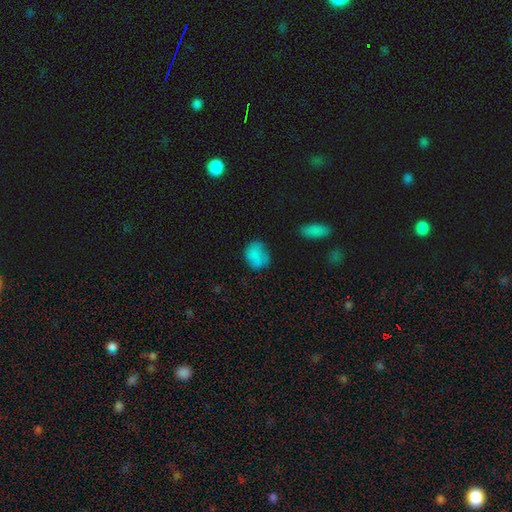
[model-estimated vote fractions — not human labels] The model was most divided on "how rounded": round: 55%, in between: 44%, cigar-shaped: 1%. More confident: smooth or featured — smooth (82%); merging — none (66%).